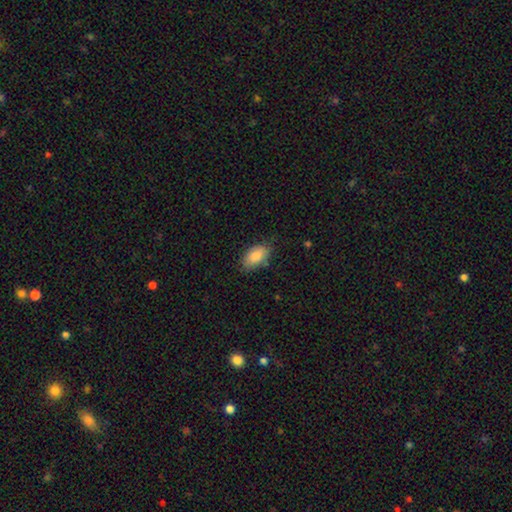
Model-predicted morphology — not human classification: Q: Smooth or featured?
A: smooth (84%); runner-up: featured or disk (9%)
Q: How rounded?
A: in between (93%); runner-up: round (5%)
Q: Merging?
A: none (78%); runner-up: minor disturbance (18%)